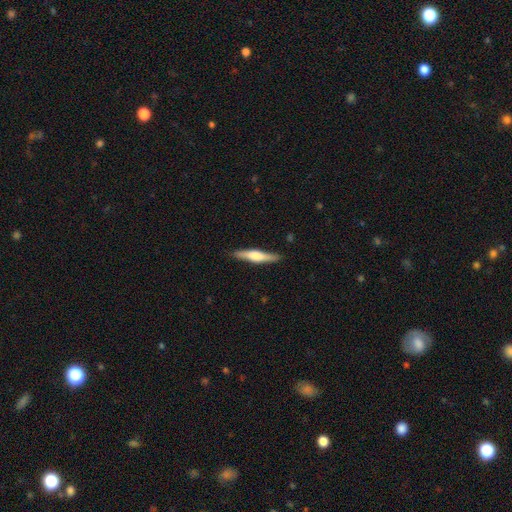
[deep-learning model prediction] Overall: featured or disk (50%; smooth 44%). Edge-on disk: yes (96%). Merging: none (88%).